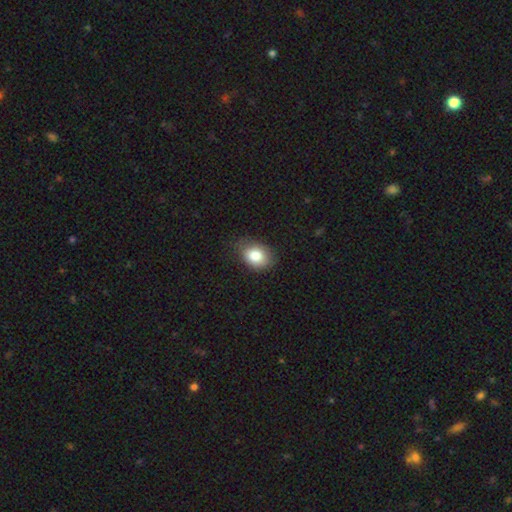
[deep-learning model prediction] A smooth galaxy with no disk features (83%) that is in between round and cigar-shaped (69%). Merging: none (69%).